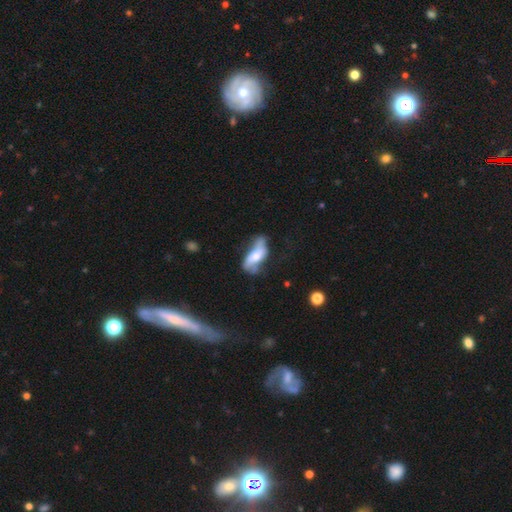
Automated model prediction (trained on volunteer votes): A featured or disk galaxy (54%). Merging: none (40%).